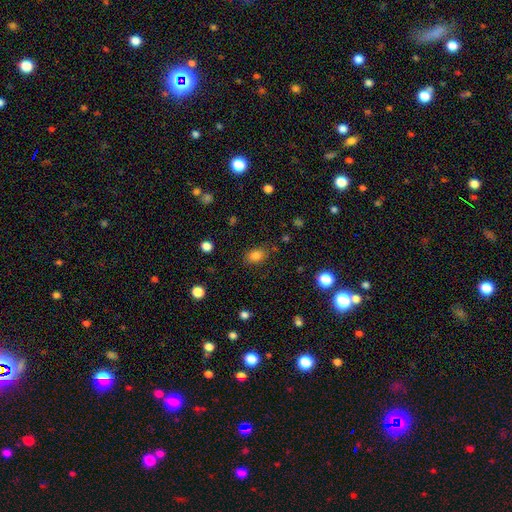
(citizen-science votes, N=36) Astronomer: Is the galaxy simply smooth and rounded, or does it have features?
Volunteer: smooth — 94%.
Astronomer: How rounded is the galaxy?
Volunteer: in between — 79%.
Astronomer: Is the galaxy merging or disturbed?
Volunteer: none — 92%.